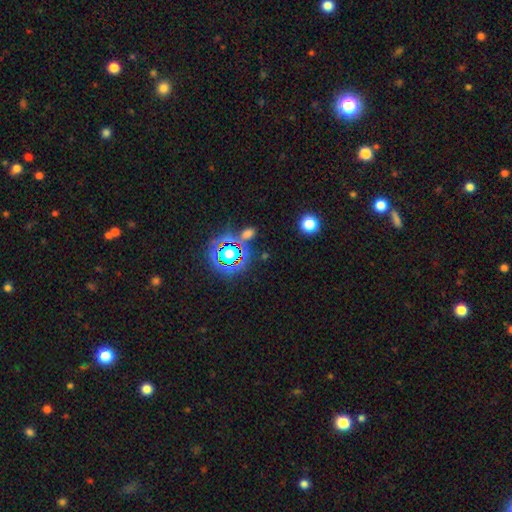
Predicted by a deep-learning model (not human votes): This is likely a star or artifact rather than a galaxy (77%).